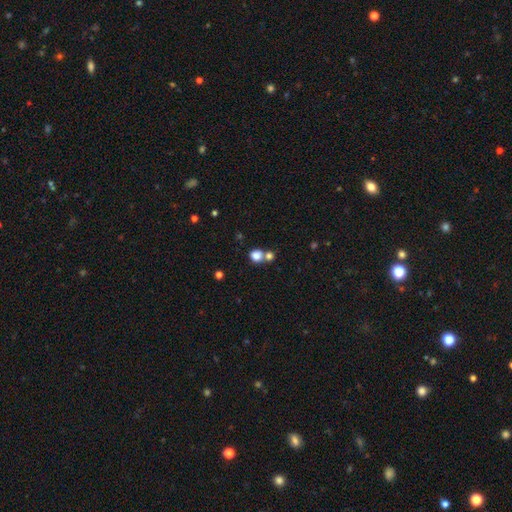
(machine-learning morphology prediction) Smooth or featured? smooth (81%)
How rounded? round (77%)
Merging? none (47%)